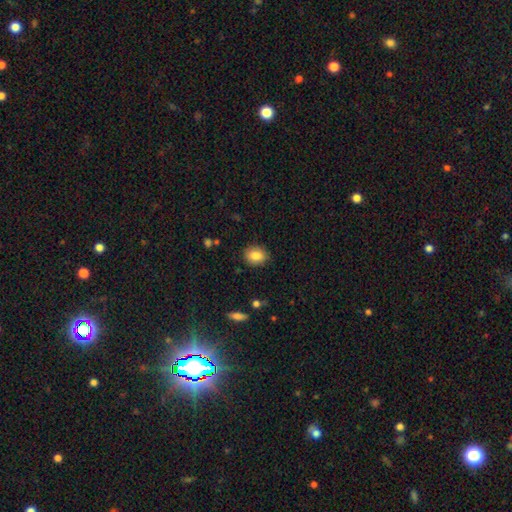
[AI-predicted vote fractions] A smooth galaxy with no disk features (85%) that is in between round and cigar-shaped (51%). Merging: none (86%).